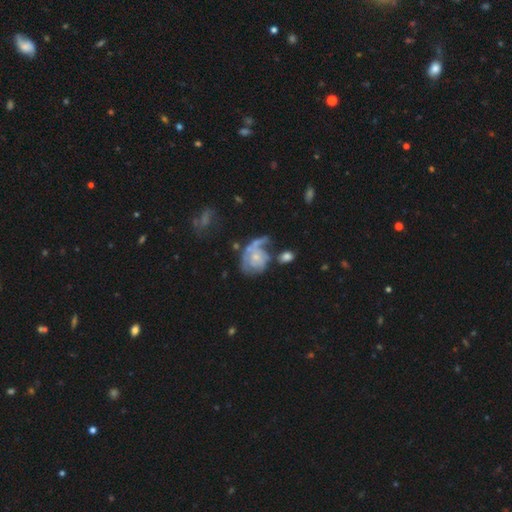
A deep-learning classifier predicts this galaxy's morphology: A featured or disk galaxy (60%) with no bar (82%), spiral arms (62%) and a small central bulge (65%).

Vote fractions:
- Smooth or featured? featured or disk: 60% / smooth: 32% / star or artifact: 8%
- Edge-on disk? no: 97% / yes: 3%
- Bar? no: 82% / weak: 15% / strong: 3%
- Spiral arms? yes: 62% / no: 38%
- Bulge size? small: 65% / moderate: 22% / none: 9% / large: 2% / dominant: 1%
- Merging? major disturbance: 30% / none: 28% / minor disturbance: 22% / merger: 20%